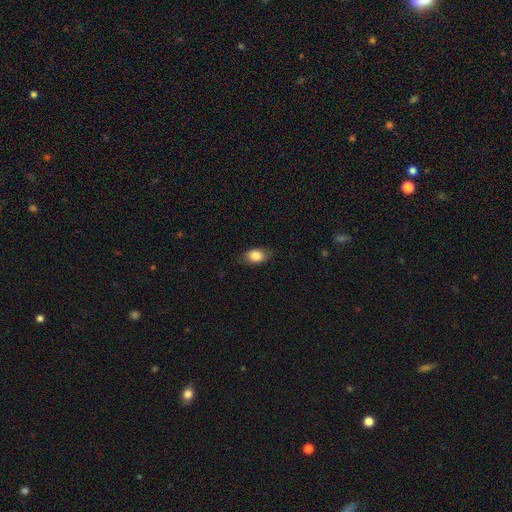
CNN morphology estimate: Smooth or featured?
  - smooth: 84% *
  - featured or disk: 9%
  - star or artifact: 8%
How rounded?
  - in between: 81% *
  - round: 17%
  - cigar-shaped: 2%
Merging?
  - none: 79% *
  - minor disturbance: 16%
  - major disturbance: 4%
  - merger: 1%